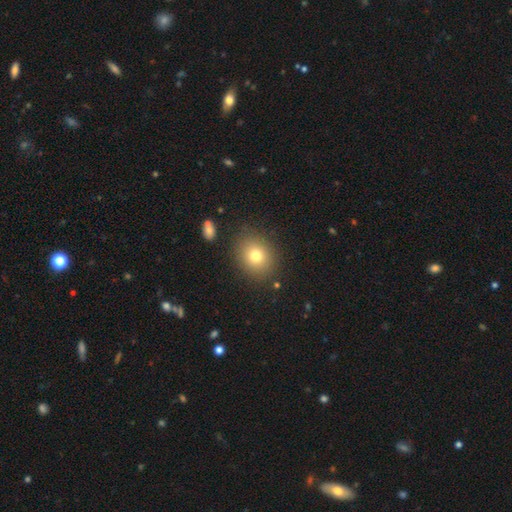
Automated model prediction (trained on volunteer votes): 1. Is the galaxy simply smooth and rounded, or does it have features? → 77% smooth, 12% star or artifact, 11% featured or disk.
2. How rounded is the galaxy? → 65% round, 34% in between, 1% cigar-shaped.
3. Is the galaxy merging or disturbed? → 85% none, 9% minor disturbance, 3% major disturbance, 2% merger.